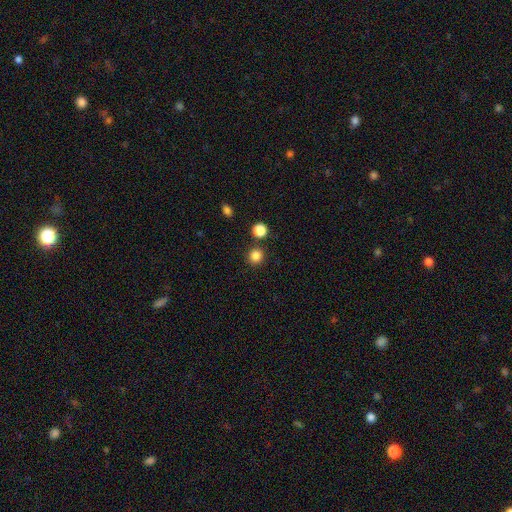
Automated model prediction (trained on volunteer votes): A smooth galaxy with no disk features (84%) that is round (93%). Merging: none (87%).